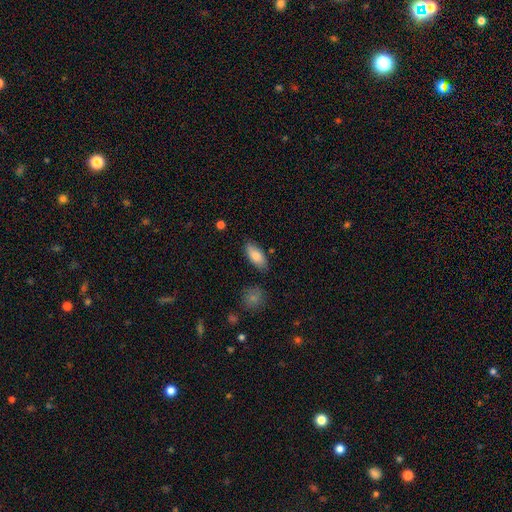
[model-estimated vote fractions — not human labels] This appears to be a smooth galaxy with no disk features (85%) that is in between round and cigar-shaped (86%). Merging: none (81%).